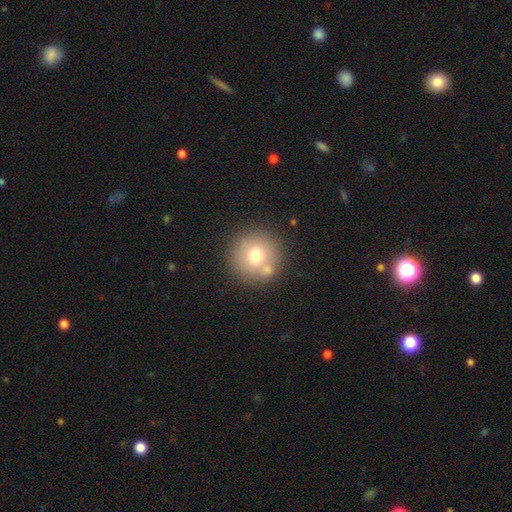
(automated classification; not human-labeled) smooth_or_featured: smooth (p=0.70) [alt: featured or disk p=0.18]
how_rounded: round (p=0.95) [alt: in between p=0.04]
merging: none (p=0.75) [alt: merger p=0.12]